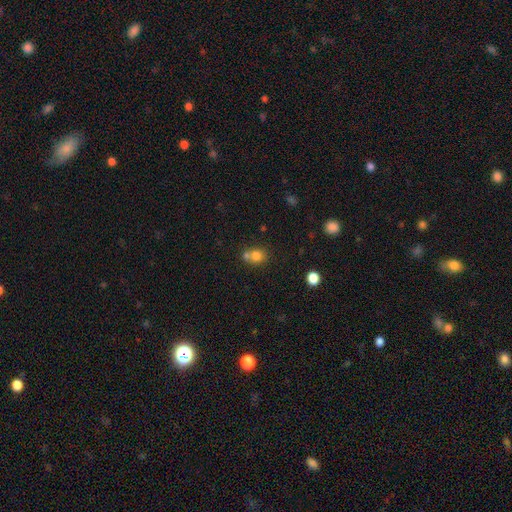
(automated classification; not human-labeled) This is likely a smooth galaxy (77%). How rounded: likely round (76%). Merging: marginally none (45%).